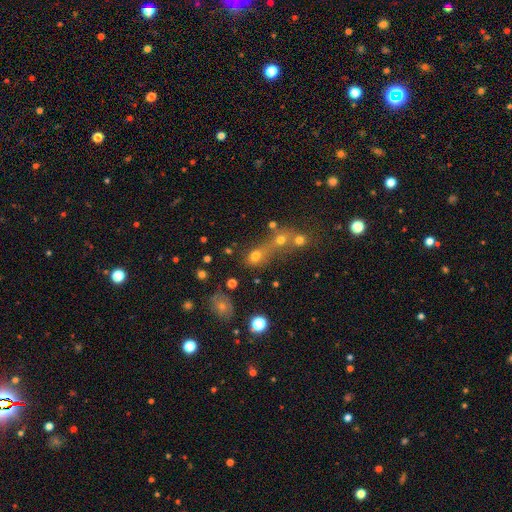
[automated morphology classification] A smooth galaxy with no disk features (67%) that is round (55%). Merging: merger (48%).